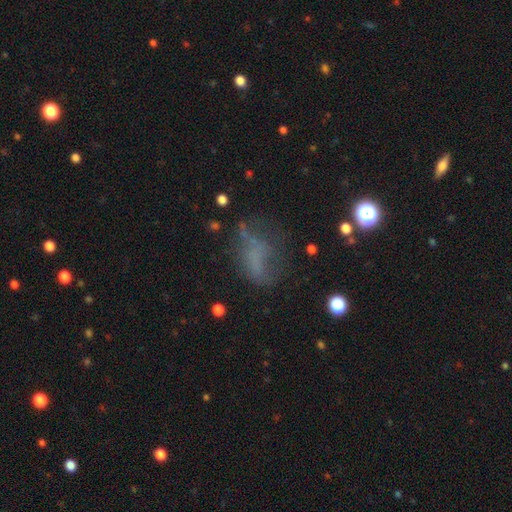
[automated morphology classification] smooth-or-featured: smooth: 41% | featured or disk: 34% | star or artifact: 25%
  merging: none: 39% | major disturbance: 33% | minor disturbance: 23% | merger: 5%